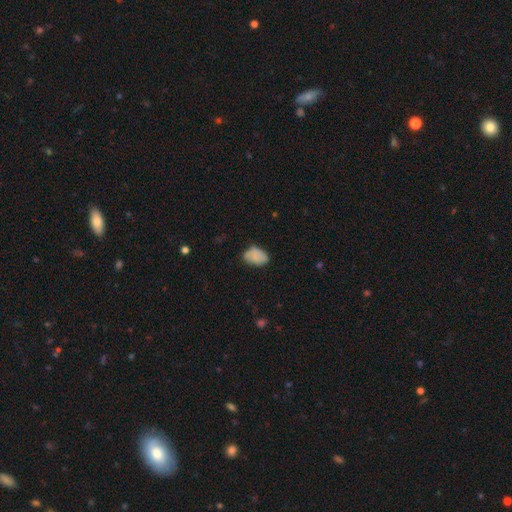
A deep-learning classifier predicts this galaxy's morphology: smooth_or_featured: smooth (p=0.78) [alt: featured or disk p=0.13]
how_rounded: in between (p=0.87) [alt: round p=0.11]
merging: none (p=0.58) [alt: minor disturbance p=0.30]